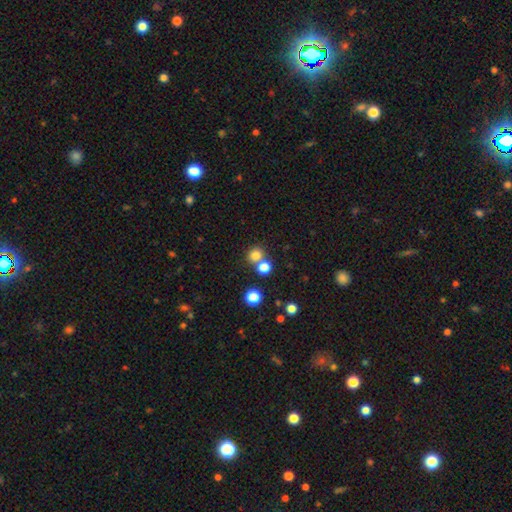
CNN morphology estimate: Overall: smooth (78%). How rounded: round (87%). Merging: none (62%; merger 28%).